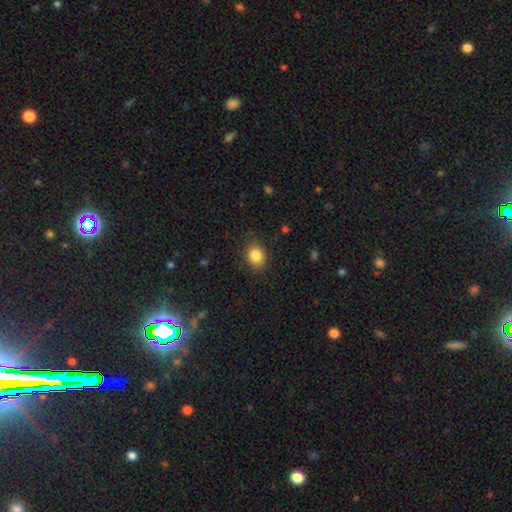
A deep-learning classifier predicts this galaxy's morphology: smooth 85%, star or artifact 9%, featured or disk 5%. Down the decision tree: how rounded — round (52%); merging — none (82%).